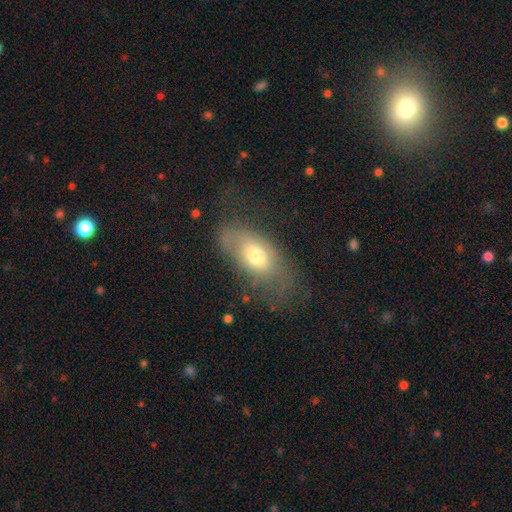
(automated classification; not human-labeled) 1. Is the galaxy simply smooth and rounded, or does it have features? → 57% smooth, 34% featured or disk, 9% star or artifact.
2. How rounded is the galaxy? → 88% in between, 6% cigar-shaped, 6% round.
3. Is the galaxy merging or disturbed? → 50% none, 27% minor disturbance, 21% major disturbance, 2% merger.